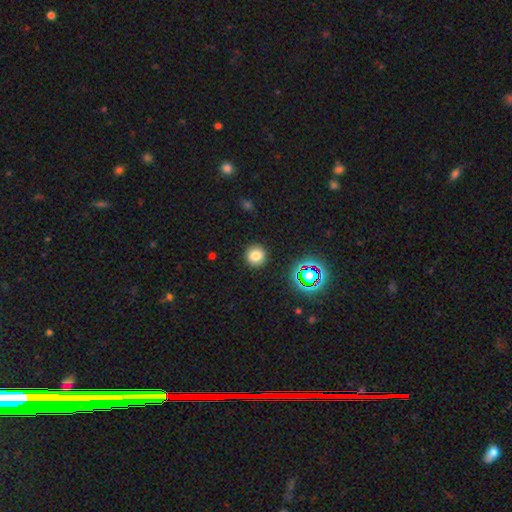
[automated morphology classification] This appears to be a smooth galaxy with no disk features (77%) that is round (93%). Merging: none (91%).